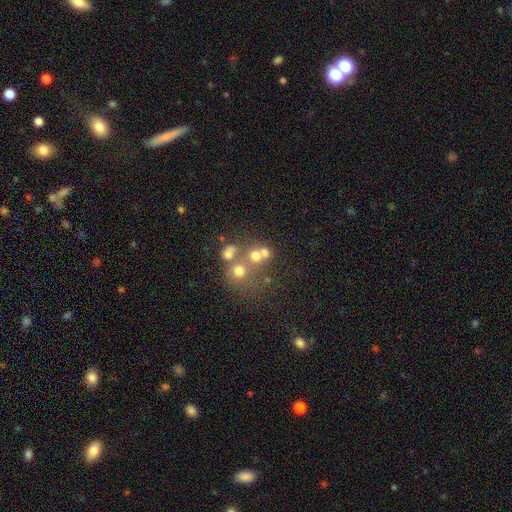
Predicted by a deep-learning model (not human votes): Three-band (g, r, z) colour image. It shows a smooth galaxy with no disk features (60%) that is round (81%). Merging: merger (43%, tied with none).